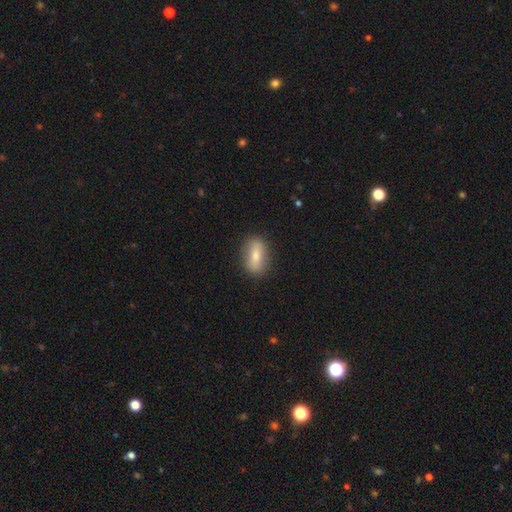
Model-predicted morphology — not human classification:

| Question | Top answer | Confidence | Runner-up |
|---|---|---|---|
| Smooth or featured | smooth | 68% | featured or disk (25%) |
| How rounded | in between | 78% | round (11%) |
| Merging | none | 86% | minor disturbance (10%) |